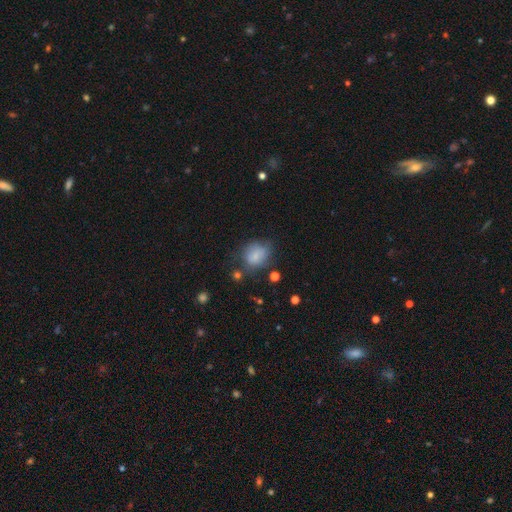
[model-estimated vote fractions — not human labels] Overall: smooth (76%). How rounded: round (57%; in between 42%). Merging: none (54%; minor disturbance 28%).